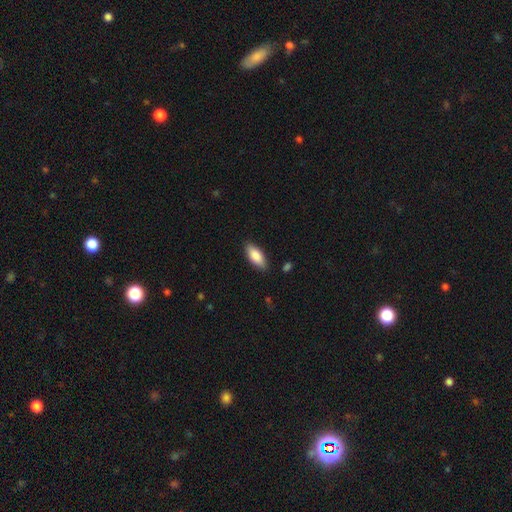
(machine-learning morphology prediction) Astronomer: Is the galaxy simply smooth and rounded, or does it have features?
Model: smooth — 86%.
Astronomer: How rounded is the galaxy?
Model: in between — 83%.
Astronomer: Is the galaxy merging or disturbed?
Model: none — 86%.